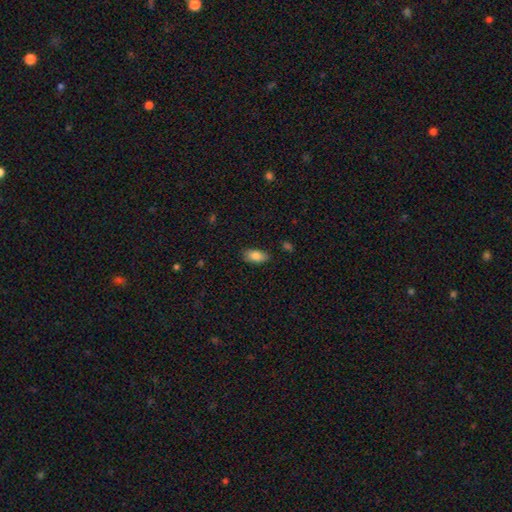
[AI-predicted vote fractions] A smooth galaxy with no disk features (85%) that is in between round and cigar-shaped (91%). Merging: none (84%).